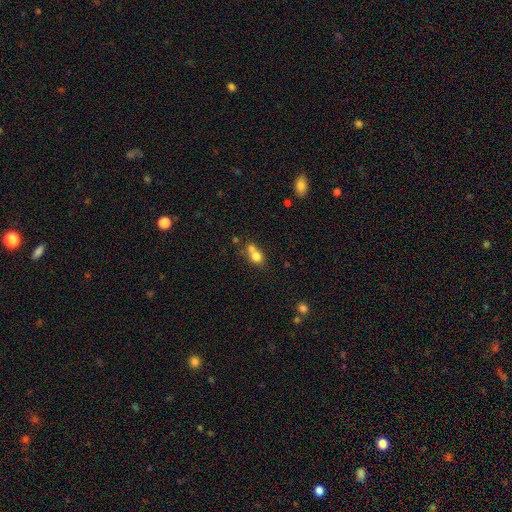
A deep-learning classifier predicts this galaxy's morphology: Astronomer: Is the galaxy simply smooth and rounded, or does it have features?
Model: smooth — 75%.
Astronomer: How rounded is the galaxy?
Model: round — 65%.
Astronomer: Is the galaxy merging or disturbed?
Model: merger — 54% (runner-up: none, 34%).